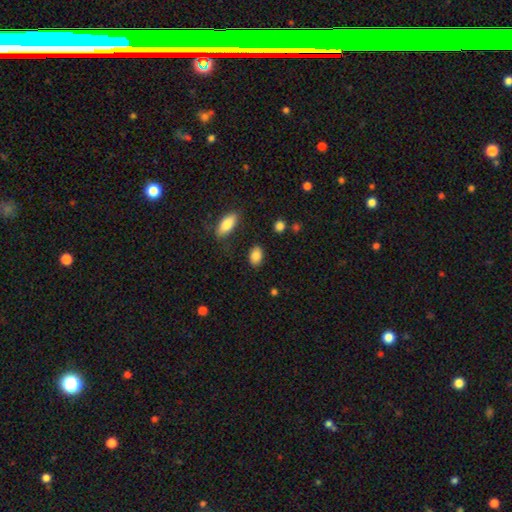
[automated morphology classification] Overall: smooth (87%). How rounded: in between (85%). Merging: none (82%).